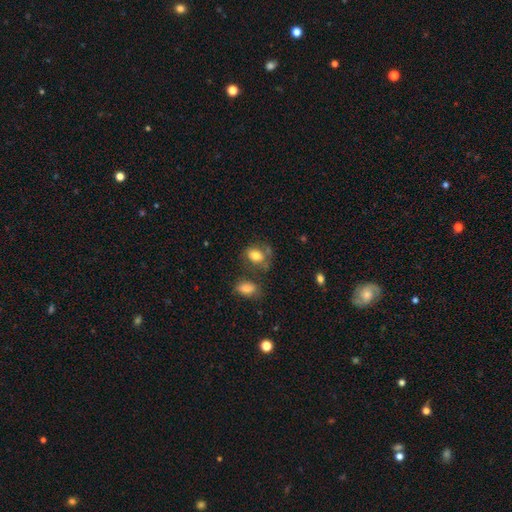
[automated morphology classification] This appears to be a smooth galaxy with no disk features (78%) that is in between round and cigar-shaped (74%). Merging: none (50%).